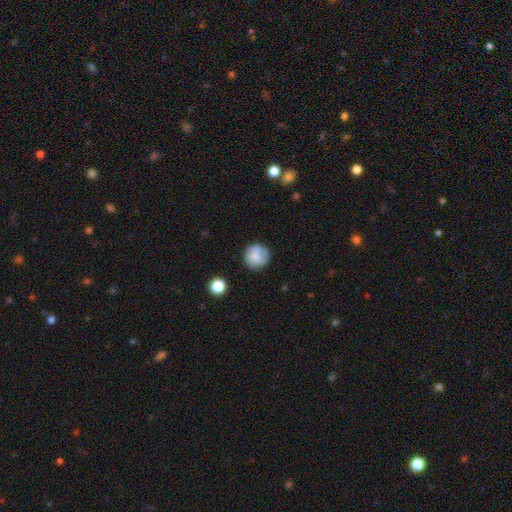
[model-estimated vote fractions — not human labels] The model was most divided on "merging": none: 64%, minor disturbance: 22%, major disturbance: 9%, merger: 4%. More confident: how rounded — round (88%); smooth or featured — smooth (70%).